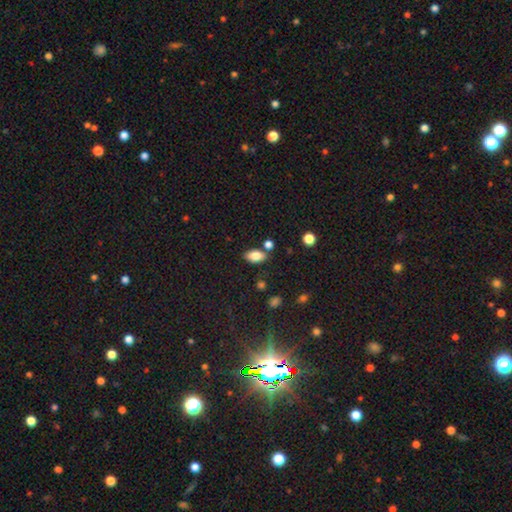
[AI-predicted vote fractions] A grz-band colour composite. It shows a smooth galaxy with no disk features (83%) that is in between round and cigar-shaped (91%). Merging: none (75%).